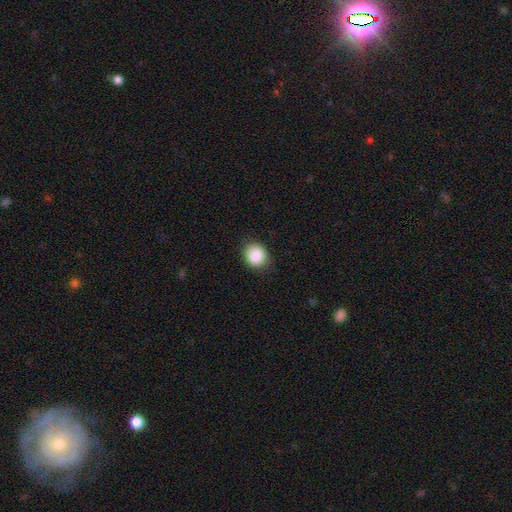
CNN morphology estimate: Smooth or featured?
  - smooth: 87% *
  - star or artifact: 8%
  - featured or disk: 4%
How rounded?
  - round: 68% *
  - in between: 31%
  - cigar-shaped: 1%
Merging?
  - none: 86% *
  - minor disturbance: 11%
  - major disturbance: 3%
  - merger: 1%